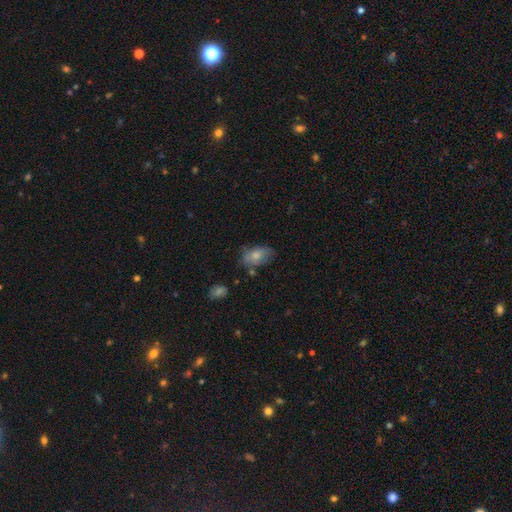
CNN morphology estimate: Smooth or featured? smooth (74%)
How rounded? in between (90%)
Merging? none (59%)